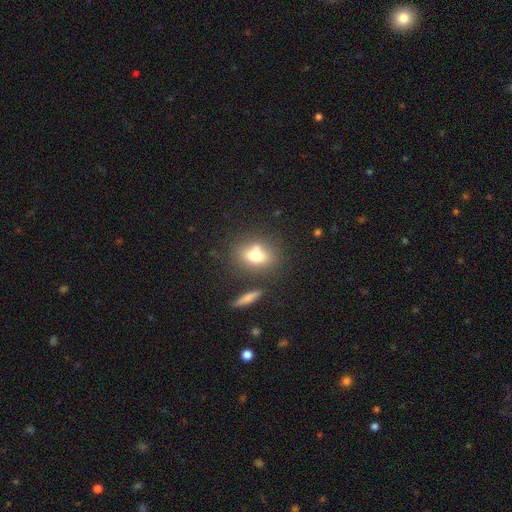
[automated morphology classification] smooth_or_featured: smooth (p=0.70) [alt: featured or disk p=0.19]
how_rounded: in between (p=0.59) [alt: round p=0.37]
merging: none (p=0.64) [alt: merger p=0.17]